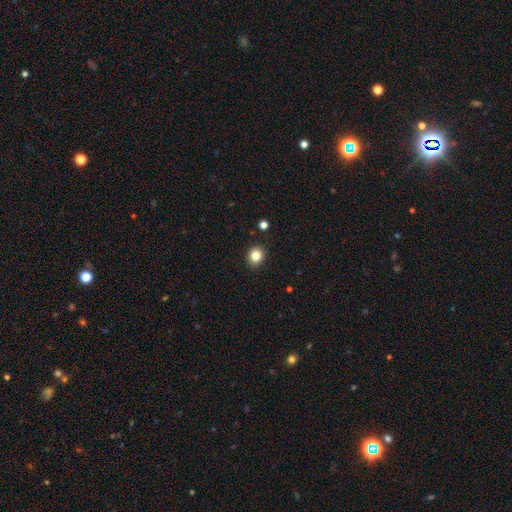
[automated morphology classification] smooth 82%, star or artifact 12%, featured or disk 6%. Down the decision tree: how rounded — round (77%); merging — none (90%).